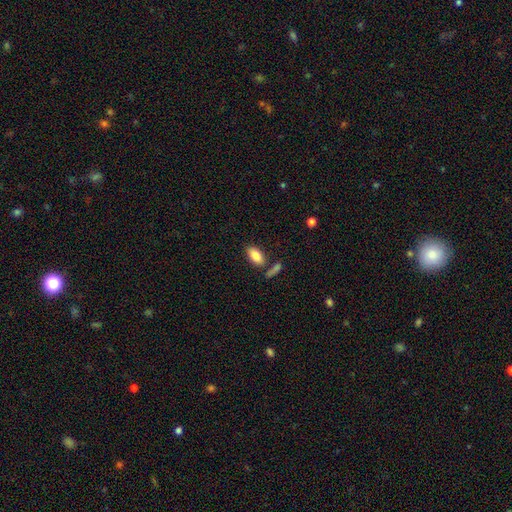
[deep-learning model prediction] Smooth or featured: smooth — 82% (featured or disk — 11%)
How rounded: in between — 92% (cigar-shaped — 5%)
Merging: none — 71% (merger — 13%)